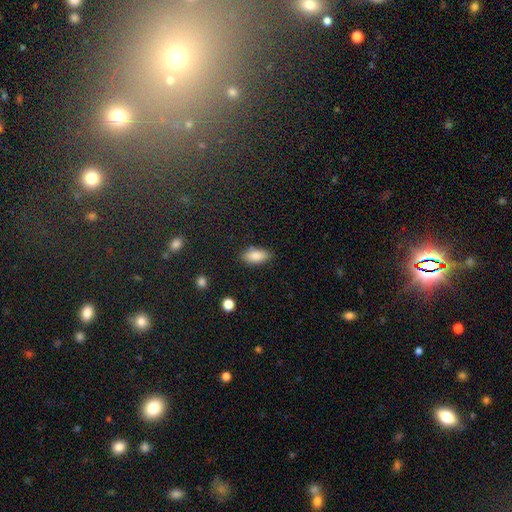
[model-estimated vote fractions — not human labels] A smooth galaxy with no disk features (85%) that is in between round and cigar-shaped (87%).

Vote fractions:
- Smooth or featured? smooth: 85% / star or artifact: 8% / featured or disk: 7%
- How rounded? in between: 87% / cigar-shaped: 10% / round: 3%
- Merging? none: 81% / minor disturbance: 14% / major disturbance: 3% / merger: 2%